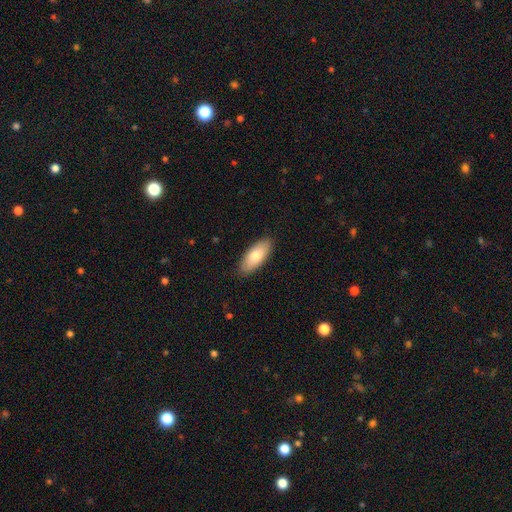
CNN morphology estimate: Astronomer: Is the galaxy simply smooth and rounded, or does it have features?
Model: smooth — 76%.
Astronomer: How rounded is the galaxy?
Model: in between — 83%.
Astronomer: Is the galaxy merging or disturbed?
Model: none — 88%.